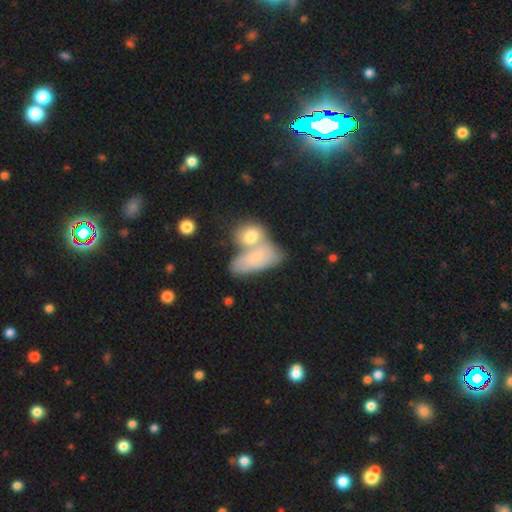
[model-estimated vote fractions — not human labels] smooth_or_featured: smooth (p=0.57) [alt: featured or disk p=0.34]
how_rounded: in between (p=0.79) [alt: round p=0.12]
merging: merger (p=0.55) [alt: none p=0.28]